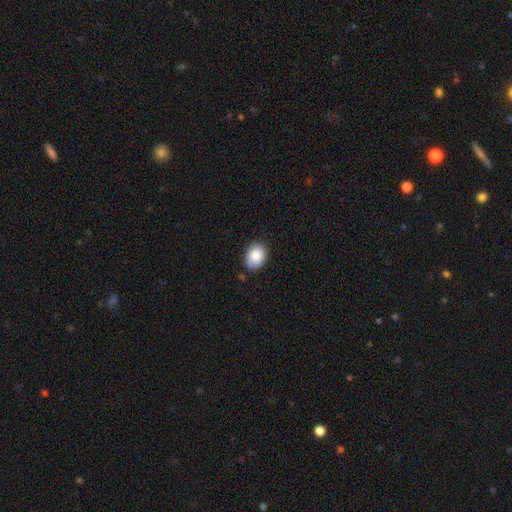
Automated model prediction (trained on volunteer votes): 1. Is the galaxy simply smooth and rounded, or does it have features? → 86% smooth, 7% star or artifact, 7% featured or disk.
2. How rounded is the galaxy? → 71% in between, 28% round, 1% cigar-shaped.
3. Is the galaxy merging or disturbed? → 78% none, 17% minor disturbance, 3% major disturbance, 2% merger.